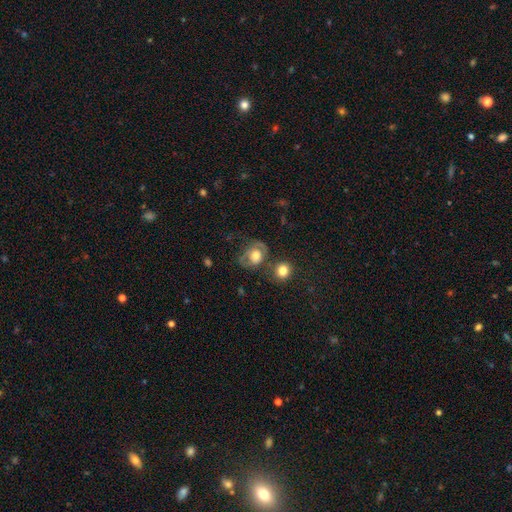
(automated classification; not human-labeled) Smooth or featured?
  - smooth: 48% *
  - featured or disk: 44%
  - star or artifact: 9%
Merging?
  - none: 50% *
  - minor disturbance: 22%
  - major disturbance: 16%
  - merger: 11%